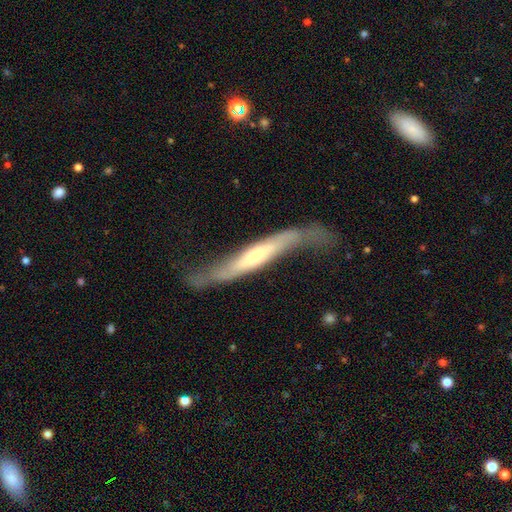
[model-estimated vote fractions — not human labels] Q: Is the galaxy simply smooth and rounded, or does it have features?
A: featured or disk — 64%.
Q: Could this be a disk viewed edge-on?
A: yes — 68%.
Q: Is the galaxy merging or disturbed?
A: none — 54%.